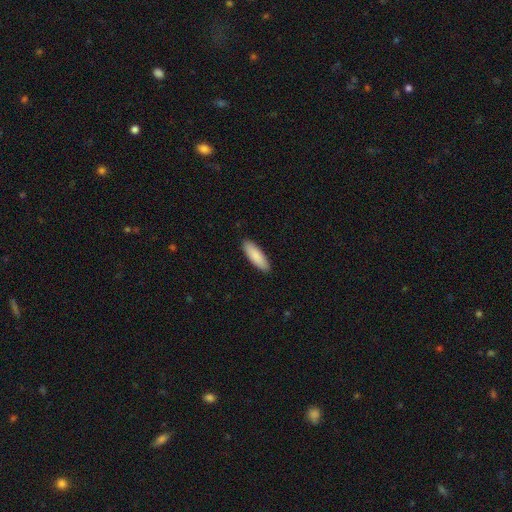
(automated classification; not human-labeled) This appears to be a smooth galaxy with no disk features (88%) that is in between round and cigar-shaped (52%). Merging: none (90%).